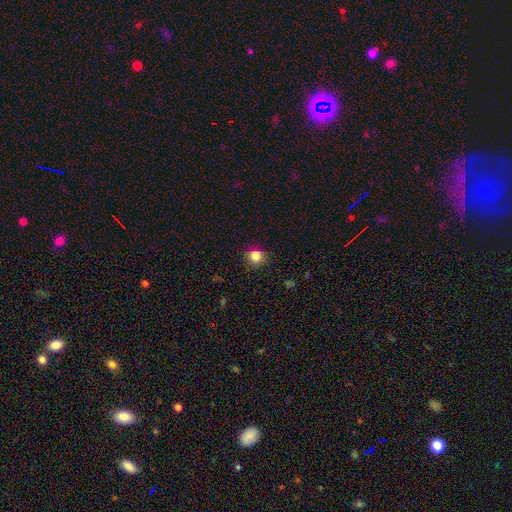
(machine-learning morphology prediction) Overall: smooth (82%). How rounded: round (87%). Merging: none (88%).